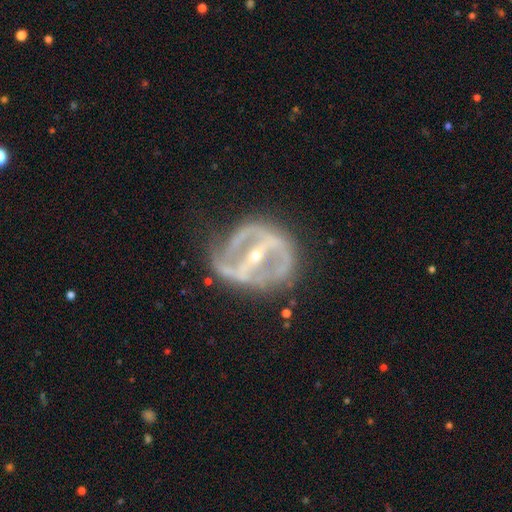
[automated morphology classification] Smooth or featured?
  - featured or disk: 87% *
  - smooth: 7%
  - star or artifact: 6%
Edge-on disk?
  - no: 92% *
  - yes: 8%
Bar?
  - strong: 81% *
  - weak: 13%
  - no: 6%
Spiral arms?
  - yes: 63% *
  - no: 37%
Bulge size?
  - small: 69% *
  - moderate: 28%
  - large: 1%
  - none: 1%
  - dominant: 1%
Merging?
  - none: 51% *
  - major disturbance: 24%
  - minor disturbance: 23%
  - merger: 2%